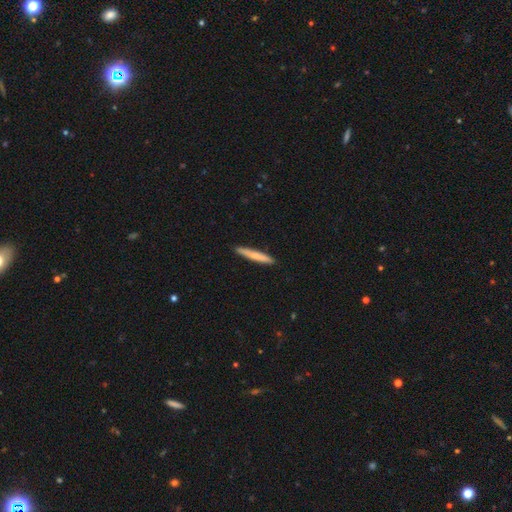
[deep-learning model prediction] smooth 69%, featured or disk 26%, star or artifact 5%. Down the decision tree: how rounded — cigar-shaped (95%); merging — none (91%).